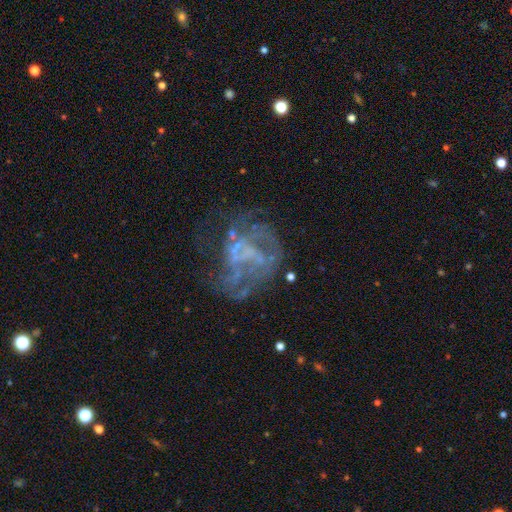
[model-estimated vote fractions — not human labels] This is likely a featured or disk galaxy (64%). It is clearly not viewed edge-on (97%). Bar: likely no (74%). Spiral arm pattern: likely no (61%). Central bulge: likely none (70%). Merging: possibly none (47%).